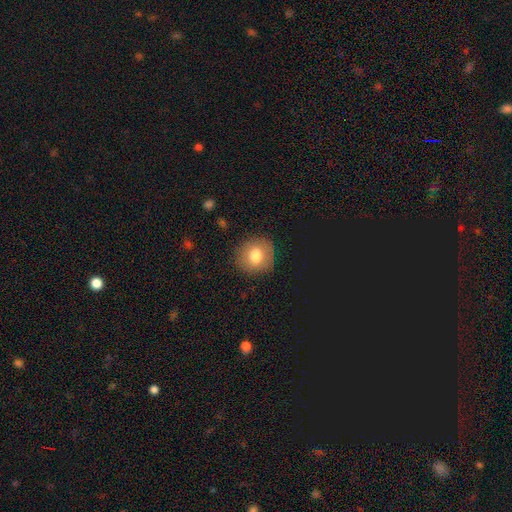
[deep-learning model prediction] A smooth galaxy with no disk features (77%) that is round (88%). Merging: none (87%).